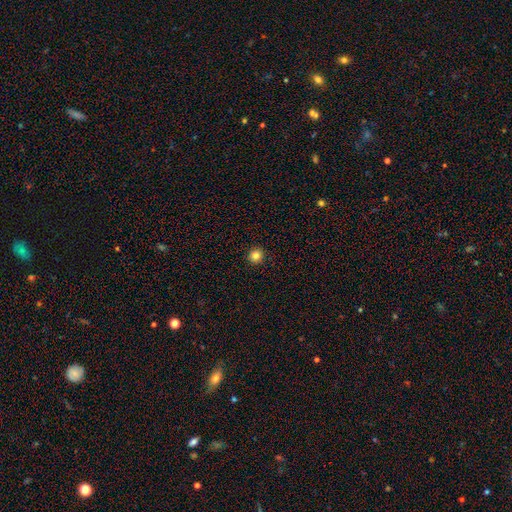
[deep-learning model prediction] smooth 83%, star or artifact 12%, featured or disk 5%. Down the decision tree: how rounded — round (95%); merging — none (93%).